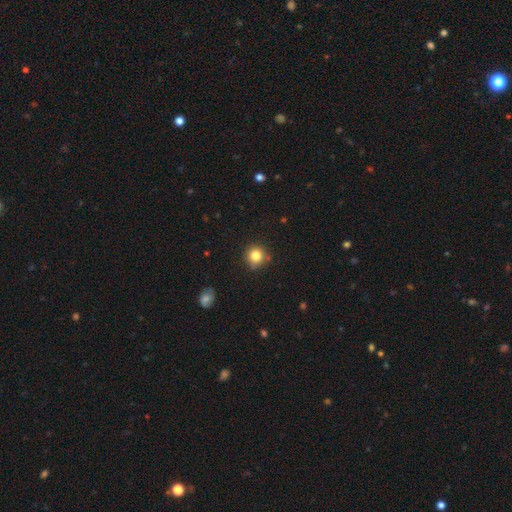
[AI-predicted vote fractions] A smooth galaxy with no disk features (82%) that is round (92%).

Vote fractions:
- Smooth or featured? smooth: 82% / star or artifact: 12% / featured or disk: 6%
- How rounded? round: 92% / in between: 7% / cigar-shaped: 1%
- Merging? none: 82% / minor disturbance: 13% / major disturbance: 3% / merger: 2%